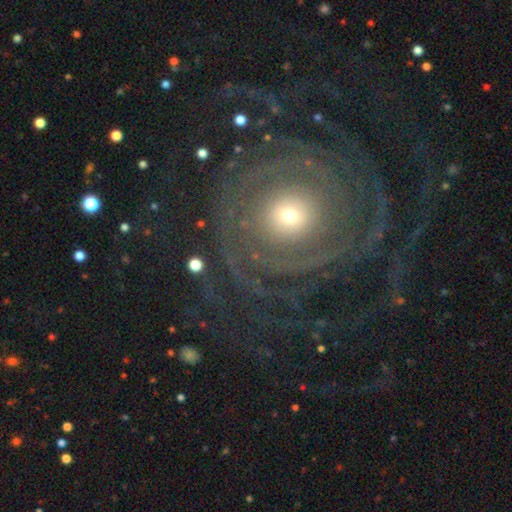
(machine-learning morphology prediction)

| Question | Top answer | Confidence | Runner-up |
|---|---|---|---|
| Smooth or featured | featured or disk | 84% | star or artifact (9%) |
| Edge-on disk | no | 97% | yes (3%) |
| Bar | no | 80% | weak (13%) |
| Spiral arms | yes | 94% | no (6%) |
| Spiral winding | tight | 76% | medium (18%) |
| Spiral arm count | can't tell | 31% | 2 (17%) |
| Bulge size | small | 56% | moderate (36%) |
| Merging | none | 72% | major disturbance (14%) |